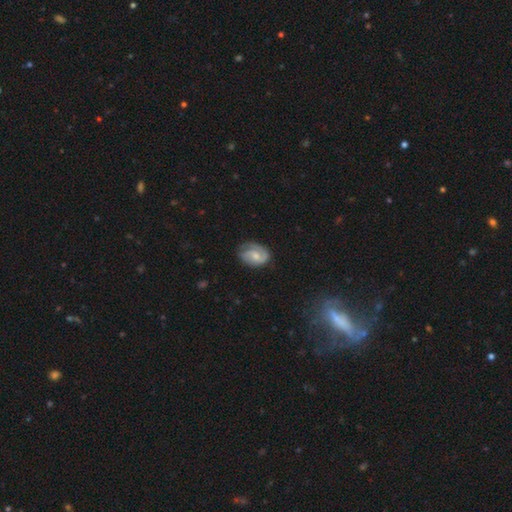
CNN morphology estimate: type=featured or disk (70%); edge-on=no (97%); bar=no (58%); spiral arms=yes (93%); winding=medium (42%); arm count=2 (67%); bulge=small (45%, tied with moderate); merging=none (69%).